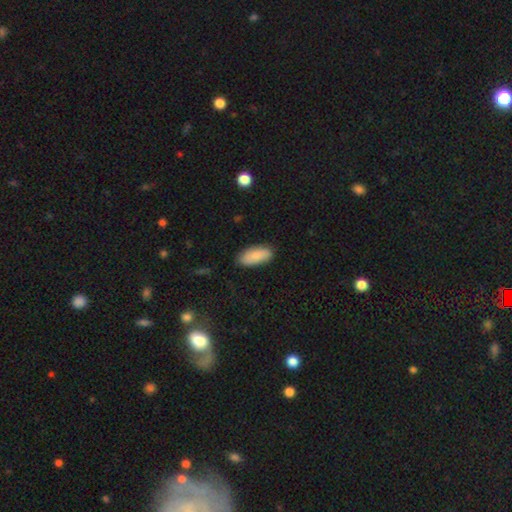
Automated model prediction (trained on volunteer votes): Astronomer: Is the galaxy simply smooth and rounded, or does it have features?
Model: smooth — 87%.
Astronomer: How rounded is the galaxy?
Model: in between — 87%.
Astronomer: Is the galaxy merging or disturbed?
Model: none — 84%.